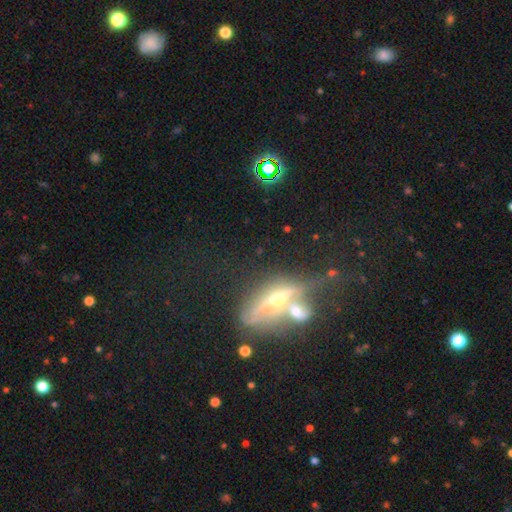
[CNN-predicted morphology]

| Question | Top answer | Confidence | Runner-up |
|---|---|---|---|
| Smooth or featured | featured or disk | 59% | smooth (24%) |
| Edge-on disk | yes | 65% | no (35%) |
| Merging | merger | 35% | none (34%) |